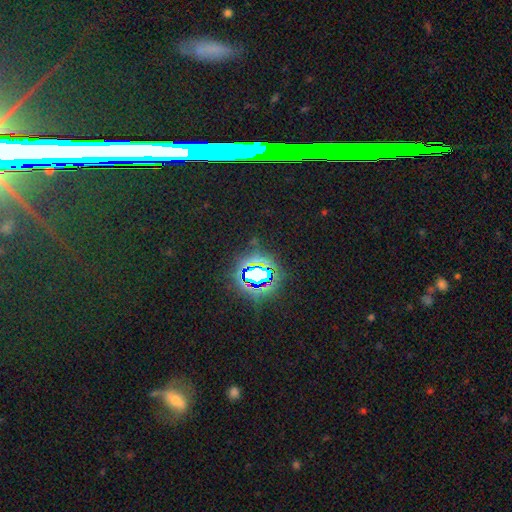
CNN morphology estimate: Smooth or featured: star or artifact — 75% (smooth — 15%)